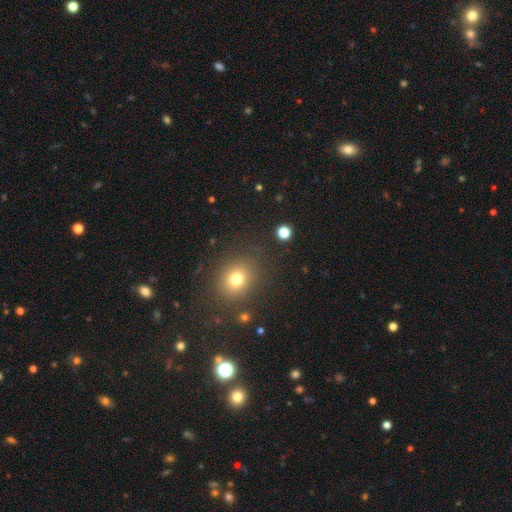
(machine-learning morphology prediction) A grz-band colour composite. It shows a smooth galaxy with no disk features (60%) that is round (72%). Merging: none (87%).